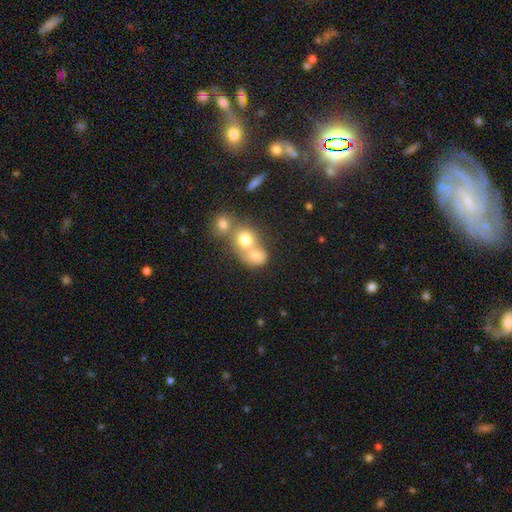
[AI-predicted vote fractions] This appears to be a smooth galaxy with no disk features (70%) that is round (61%). Merging: merger (64%).